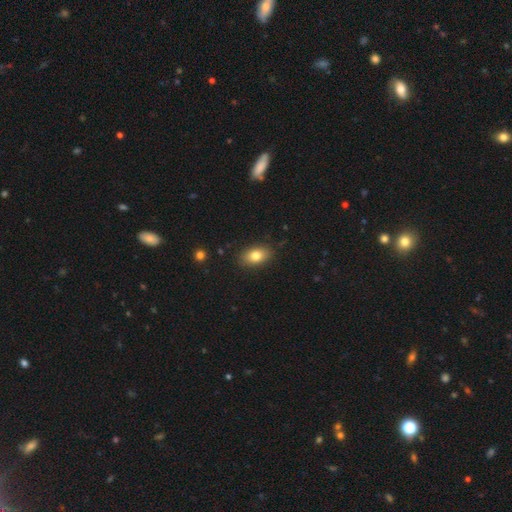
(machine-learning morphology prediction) Smooth or featured: smooth — 80% (featured or disk — 11%)
How rounded: in between — 87% (round — 10%)
Merging: none — 87% (minor disturbance — 9%)